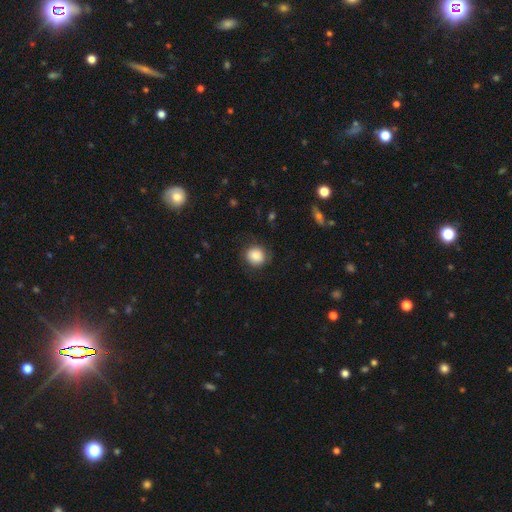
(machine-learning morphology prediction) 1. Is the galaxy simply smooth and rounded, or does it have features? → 84% smooth, 8% star or artifact, 8% featured or disk.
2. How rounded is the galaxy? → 82% round, 17% in between, 1% cigar-shaped.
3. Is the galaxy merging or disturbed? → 77% none, 16% minor disturbance, 6% major disturbance, 1% merger.